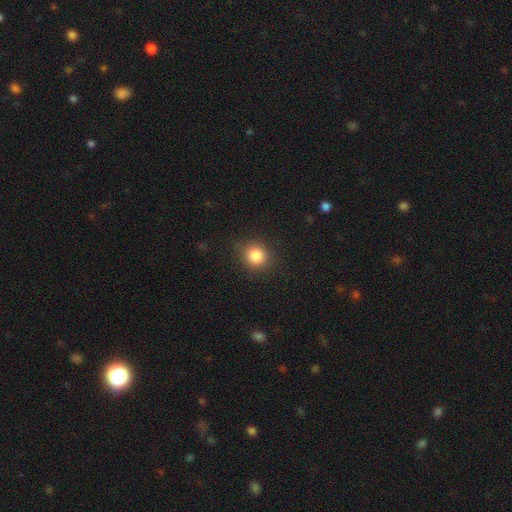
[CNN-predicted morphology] A smooth galaxy with no disk features (84%) that is round (81%). Merging: none (86%).